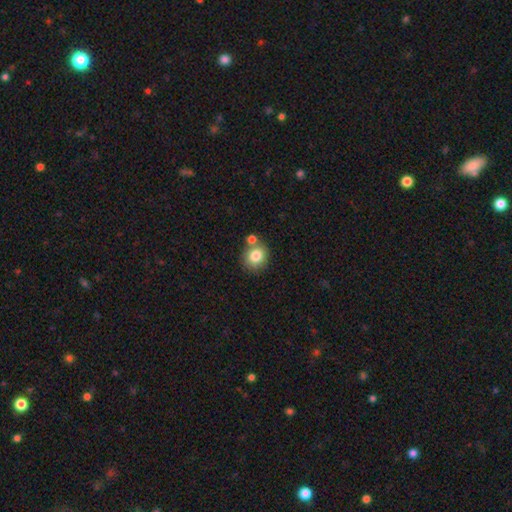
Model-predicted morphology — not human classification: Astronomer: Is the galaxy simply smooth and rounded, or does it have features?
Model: smooth — 82%.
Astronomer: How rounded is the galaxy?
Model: round — 78%.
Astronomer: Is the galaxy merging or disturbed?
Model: none — 65%.